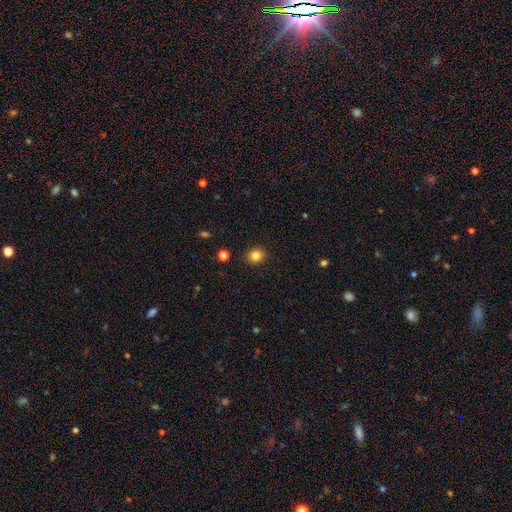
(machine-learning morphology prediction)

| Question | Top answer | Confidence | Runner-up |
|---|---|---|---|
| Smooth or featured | smooth | 83% | star or artifact (12%) |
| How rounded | round | 73% | in between (26%) |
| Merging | none | 89% | minor disturbance (7%) |